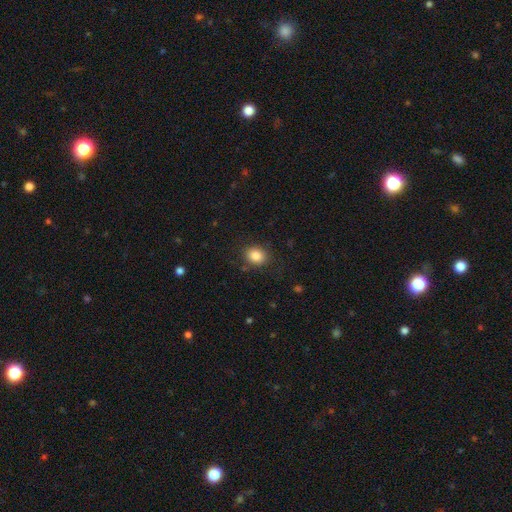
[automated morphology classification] This appears to be a smooth galaxy with no disk features (84%) that is round (58%). Merging: none (84%).